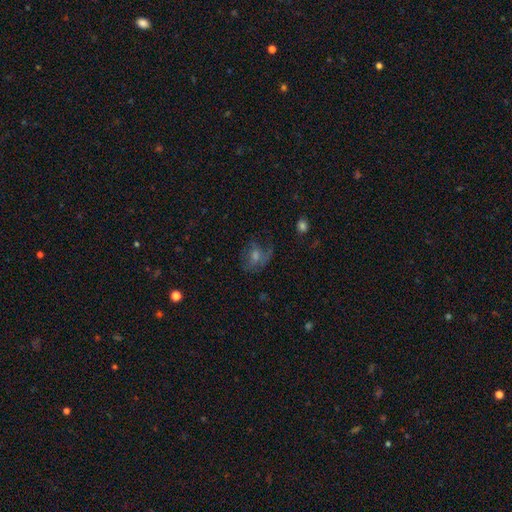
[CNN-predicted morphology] Q: Smooth or featured?
A: featured or disk (47%); runner-up: smooth (32%)
Q: Merging?
A: none (53%); runner-up: major disturbance (24%)